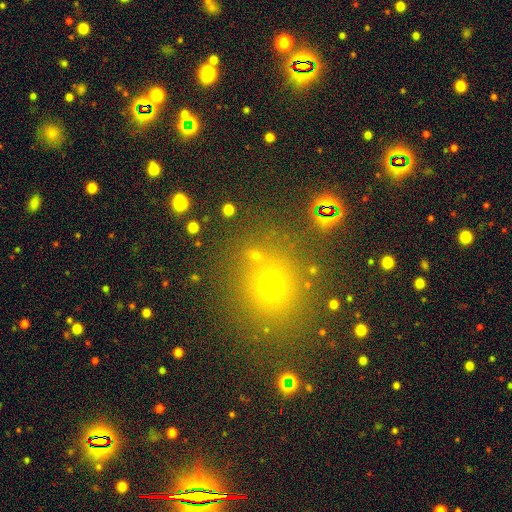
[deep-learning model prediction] Morphology: type=smooth (62%); roundness=round (83%); merging=none (80%).